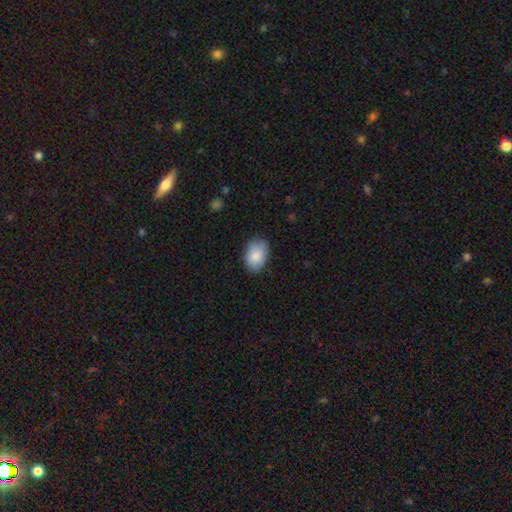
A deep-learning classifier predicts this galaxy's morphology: A smooth galaxy with no disk features (86%) that is in between round and cigar-shaped (87%). Merging: none (82%).